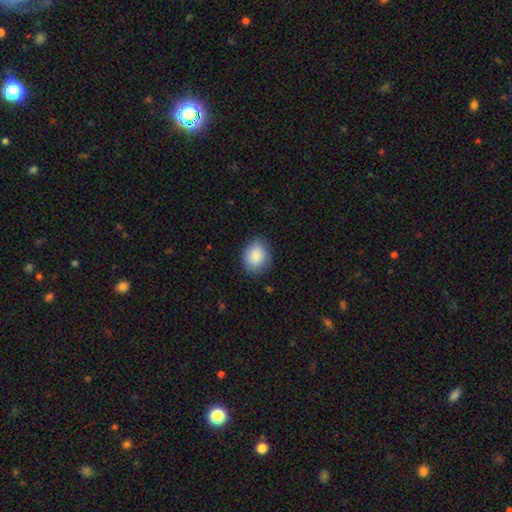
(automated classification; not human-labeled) smooth_or_featured: smooth (p=0.87) [alt: star or artifact p=0.07]
how_rounded: round (p=0.52) [alt: in between p=0.47]
merging: none (p=0.82) [alt: minor disturbance p=0.14]